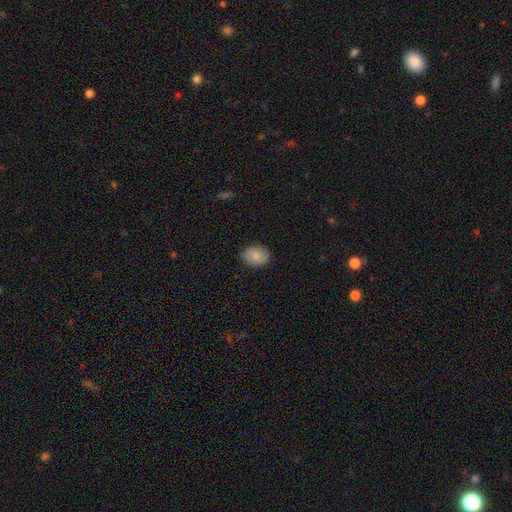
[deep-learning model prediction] A smooth galaxy with no disk features (86%) that is in between round and cigar-shaped (66%). Merging: none (87%).